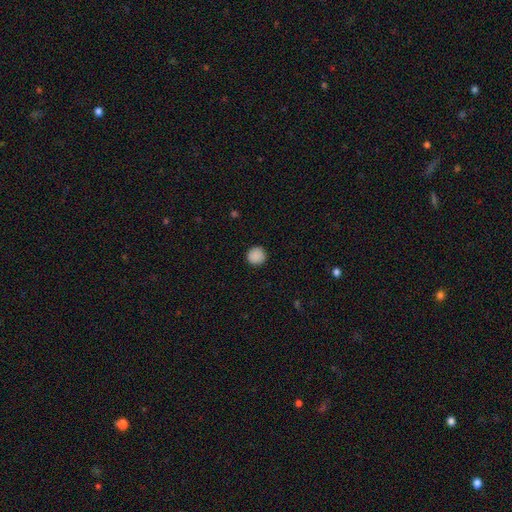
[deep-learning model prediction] smooth_or_featured: smooth (p=0.89) [alt: star or artifact p=0.09]
how_rounded: round (p=0.94) [alt: in between p=0.05]
merging: none (p=0.91) [alt: minor disturbance p=0.06]